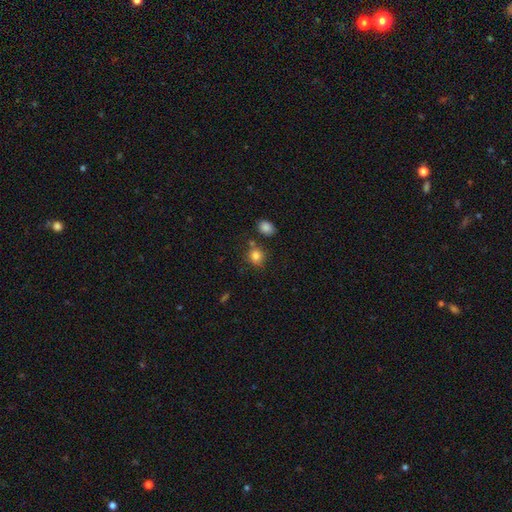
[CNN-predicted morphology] Q: Smooth or featured?
A: smooth (83%); runner-up: star or artifact (11%)
Q: How rounded?
A: round (77%); runner-up: in between (22%)
Q: Merging?
A: none (73%); runner-up: minor disturbance (13%)